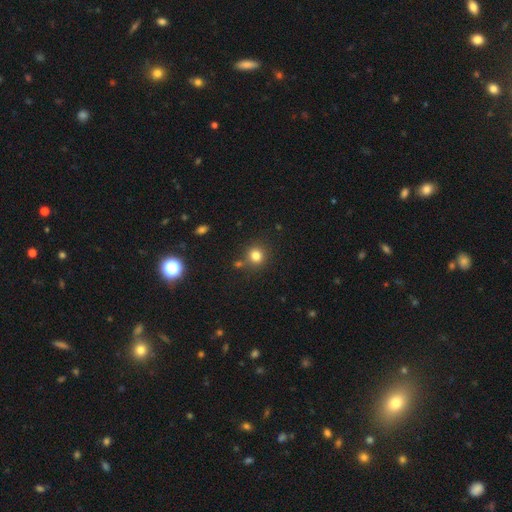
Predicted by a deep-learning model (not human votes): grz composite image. It shows a smooth galaxy with no disk features (80%) that is round (89%). Merging: none (79%).